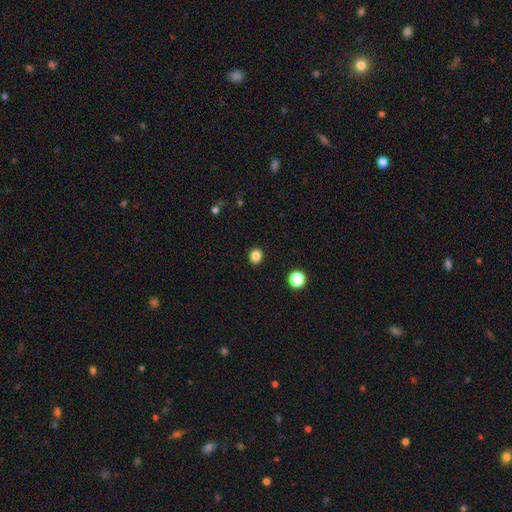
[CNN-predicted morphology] Smooth or featured: smooth — 84% (star or artifact — 12%)
How rounded: round — 72% (in between — 27%)
Merging: none — 91% (minor disturbance — 6%)